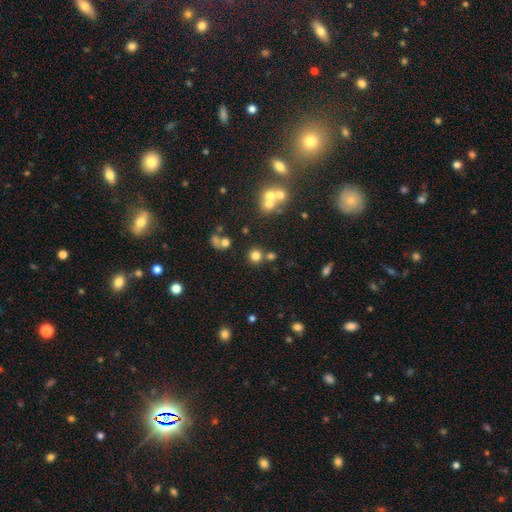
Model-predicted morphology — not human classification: Smooth or featured? smooth (74%)
How rounded? round (92%)
Merging? none (74%)